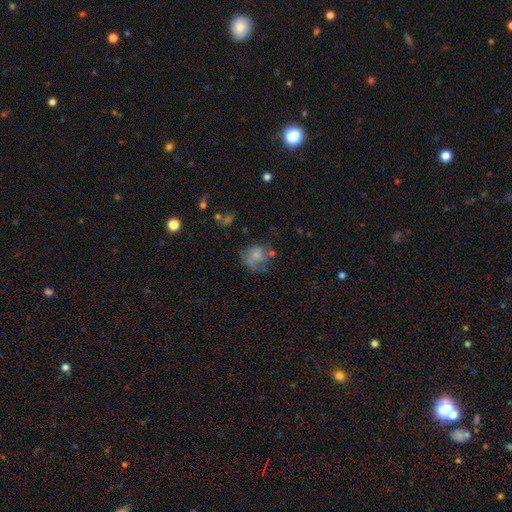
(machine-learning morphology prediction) Overall: smooth (60%; featured or disk 30%). How rounded: round (70%). Merging: none (43%; minor disturbance 25%).